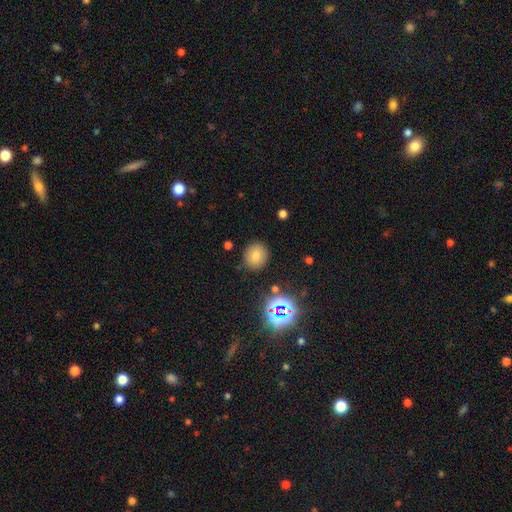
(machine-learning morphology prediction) Smooth or featured: smooth — 63% (star or artifact — 25%)
How rounded: round — 84% (in between — 15%)
Merging: none — 87% (minor disturbance — 9%)